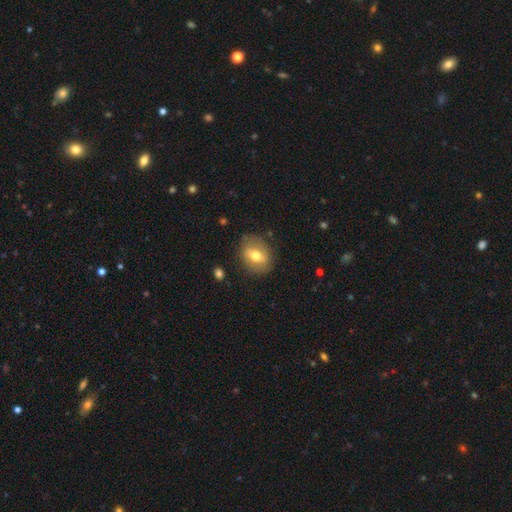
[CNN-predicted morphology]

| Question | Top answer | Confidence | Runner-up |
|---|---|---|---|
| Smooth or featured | smooth | 59% | featured or disk (33%) |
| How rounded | in between | 54% | round (44%) |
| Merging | none | 79% | minor disturbance (15%) |